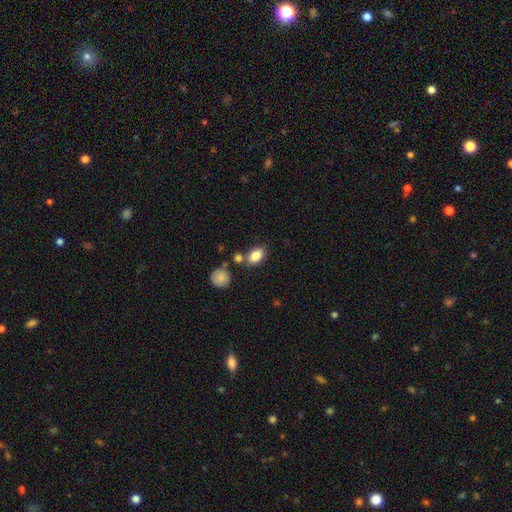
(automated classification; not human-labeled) A smooth galaxy with no disk features (84%) that is in between round and cigar-shaped (84%).

Vote fractions:
- Smooth or featured? smooth: 84% / star or artifact: 8% / featured or disk: 7%
- How rounded? in between: 84% / round: 15% / cigar-shaped: 2%
- Merging? none: 70% / merger: 14% / minor disturbance: 13% / major disturbance: 3%